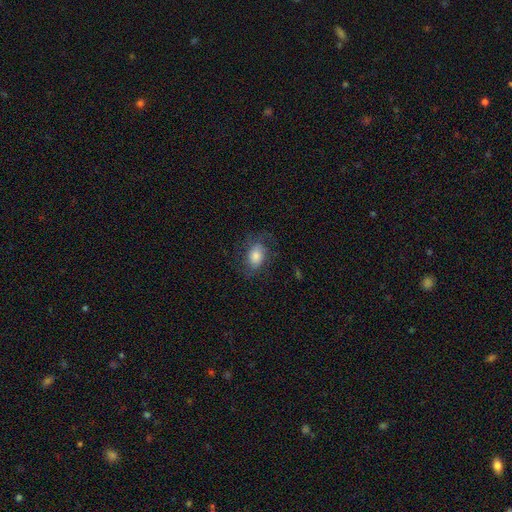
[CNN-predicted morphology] Smooth or featured? smooth (64%)
How rounded? in between (75%)
Merging? none (66%)